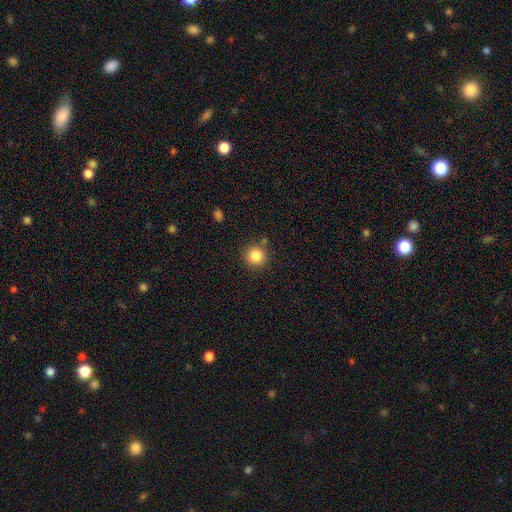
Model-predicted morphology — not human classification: type=smooth (85%); roundness=round (94%); merging=none (84%).